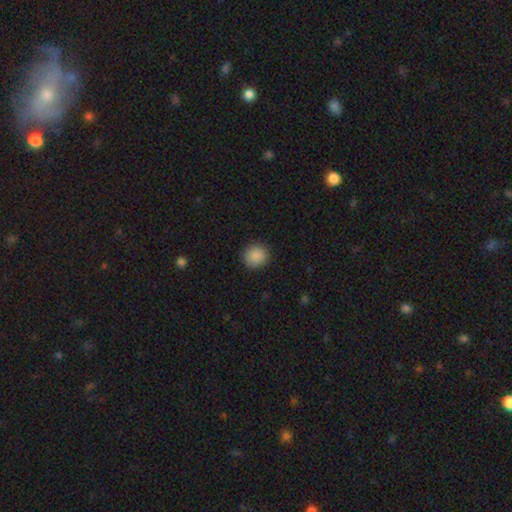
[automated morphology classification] A smooth galaxy with no disk features (89%) that is round (91%). Merging: none (91%).